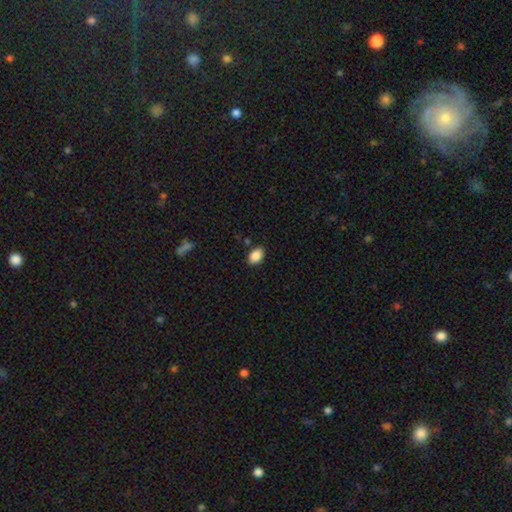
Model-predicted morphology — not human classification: A smooth galaxy with no disk features (88%) that is in between round and cigar-shaped (86%).

Vote fractions:
- Smooth or featured? smooth: 88% / star or artifact: 8% / featured or disk: 4%
- How rounded? in between: 86% / round: 13% / cigar-shaped: 1%
- Merging? none: 86% / minor disturbance: 10% / major disturbance: 2% / merger: 2%